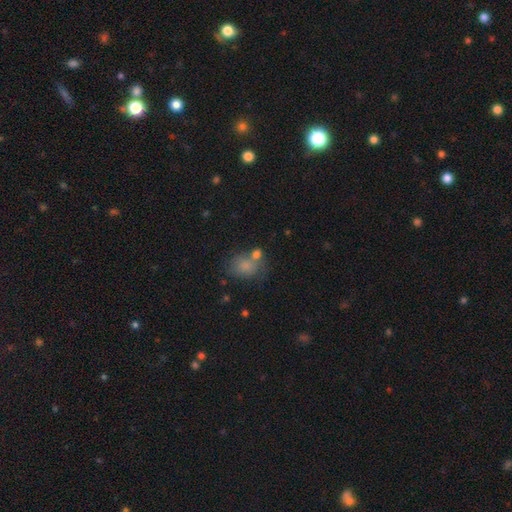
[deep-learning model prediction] Smooth or featured? smooth (74%)
How rounded? in between (56%)
Merging? none (50%)